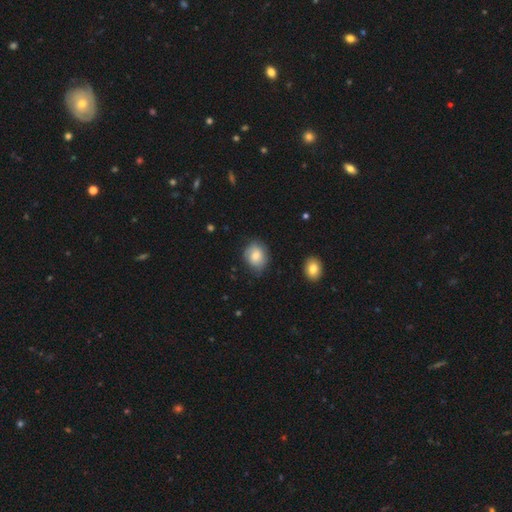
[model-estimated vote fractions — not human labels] This is likely a smooth galaxy (76%). How rounded: possibly round (53%). Merging: likely none (71%).